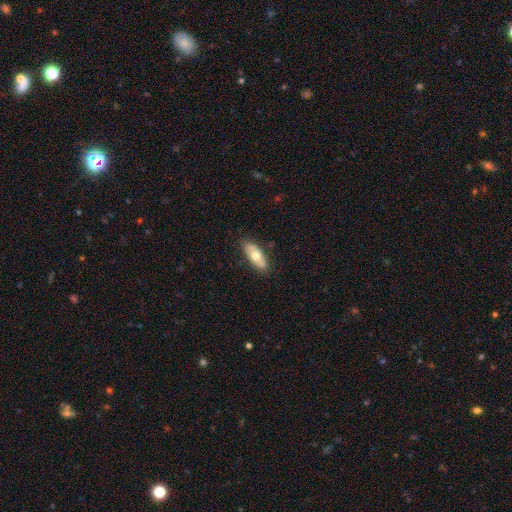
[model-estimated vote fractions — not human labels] smooth-or-featured: smooth: 59% | featured or disk: 35% | star or artifact: 6%
  how-rounded: in between: 77% | cigar-shaped: 20% | round: 3%
  merging: none: 83% | minor disturbance: 13% | major disturbance: 3% | merger: 1%